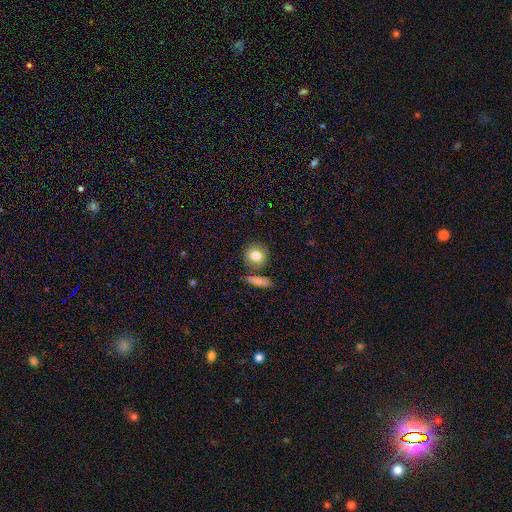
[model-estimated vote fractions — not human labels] Smooth or featured? smooth (78%)
How rounded? round (86%)
Merging? none (74%)